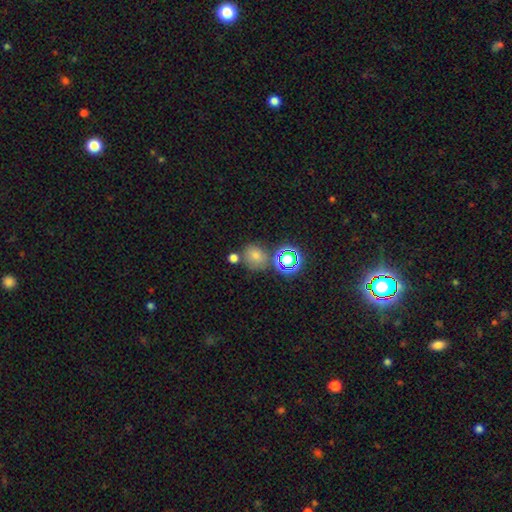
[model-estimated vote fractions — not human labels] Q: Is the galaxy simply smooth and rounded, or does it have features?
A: smooth — 54%.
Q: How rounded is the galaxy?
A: round — 76%.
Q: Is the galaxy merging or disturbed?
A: none — 72%.